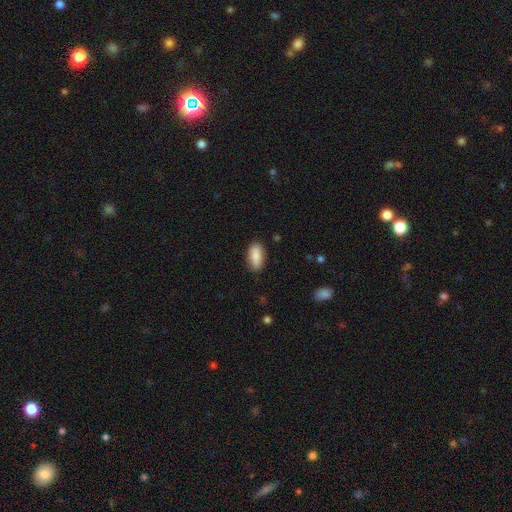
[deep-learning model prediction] This appears to be a smooth galaxy with no disk features (87%) that is in between round and cigar-shaped (85%). Merging: none (85%).